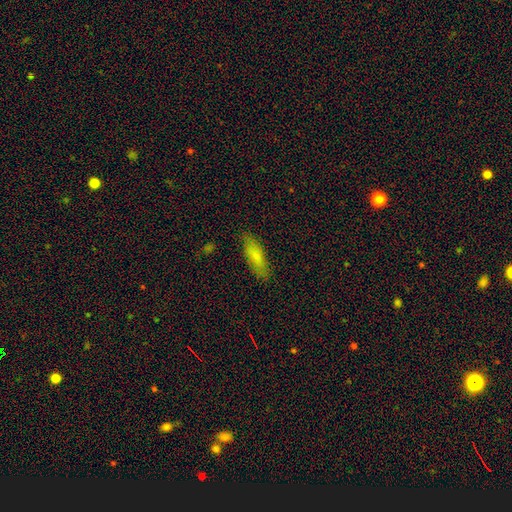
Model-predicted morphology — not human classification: smooth_or_featured: smooth (p=0.80) [alt: featured or disk p=0.13]
how_rounded: in between (p=0.58) [alt: cigar-shaped p=0.40]
merging: none (p=0.84) [alt: minor disturbance p=0.13]